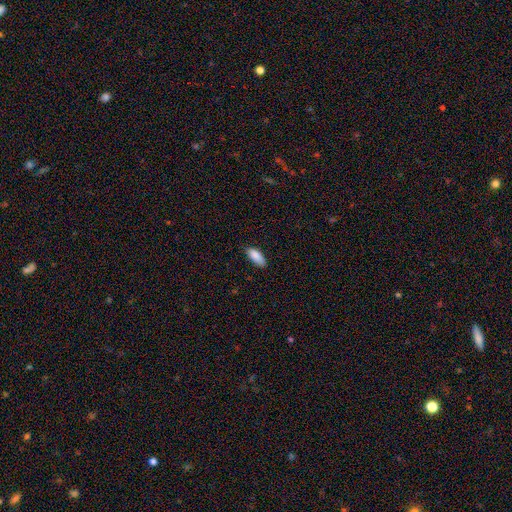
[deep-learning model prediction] Smooth or featured? Predicted: smooth (p=0.88). How rounded? Predicted: in between (p=0.82). Merging? Predicted: none (p=0.81).